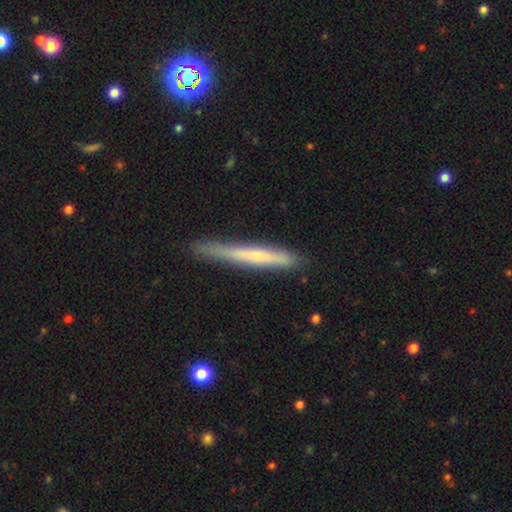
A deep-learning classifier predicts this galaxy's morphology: Q: Smooth or featured?
A: smooth (52%); runner-up: featured or disk (42%)
Q: How rounded?
A: cigar-shaped (97%); runner-up: in between (2%)
Q: Merging?
A: none (78%); runner-up: minor disturbance (17%)